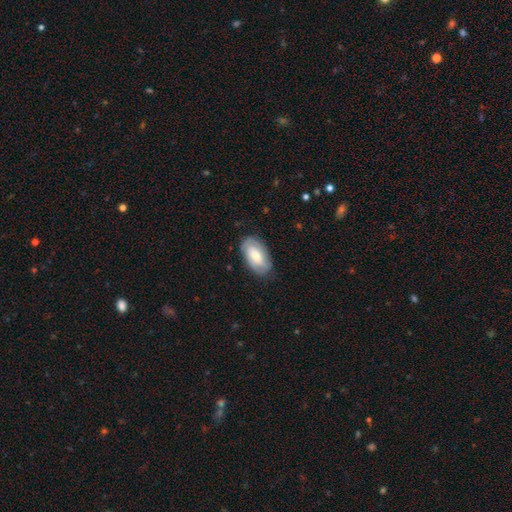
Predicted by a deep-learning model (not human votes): This appears to be a featured or disk galaxy (49%). Merging: none (80%).